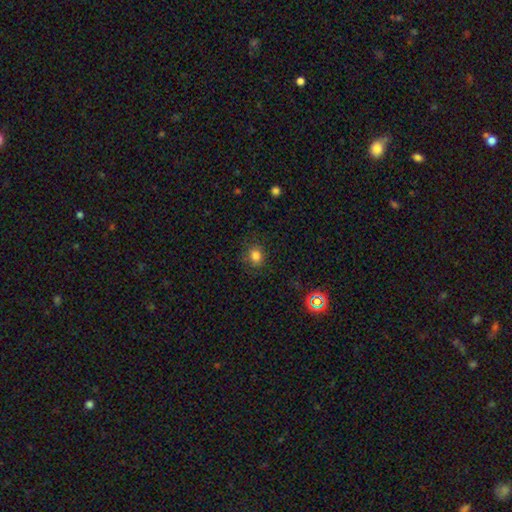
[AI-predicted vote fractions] This appears to be a smooth galaxy with no disk features (81%) that is round (68%). Merging: none (83%).